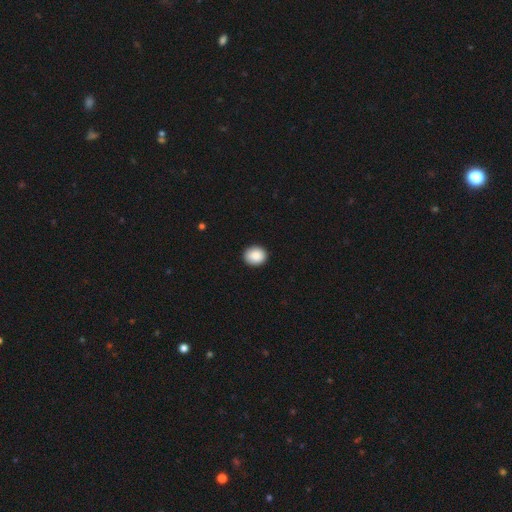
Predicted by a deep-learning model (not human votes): A smooth galaxy with no disk features (89%) that is round (71%). Merging: none (91%).